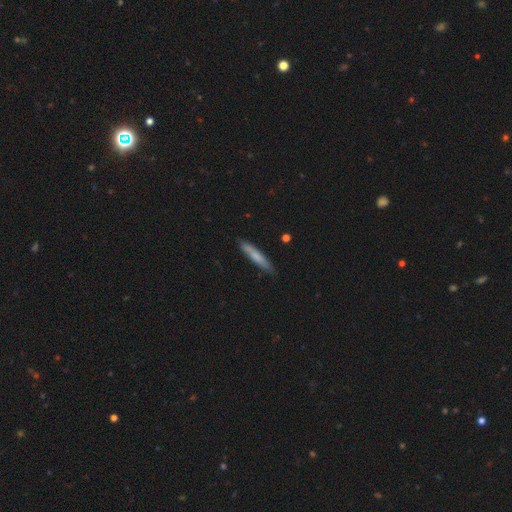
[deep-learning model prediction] Smooth or featured?
  - smooth: 70% *
  - featured or disk: 24%
  - star or artifact: 6%
How rounded?
  - cigar-shaped: 91% *
  - in between: 7%
  - round: 1%
Merging?
  - none: 84% *
  - minor disturbance: 12%
  - major disturbance: 2%
  - merger: 2%